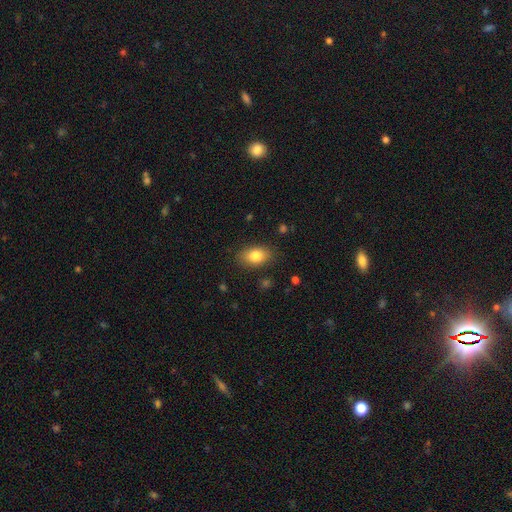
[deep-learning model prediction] A smooth galaxy with no disk features (81%) that is in between round and cigar-shaped (87%). Merging: none (85%).